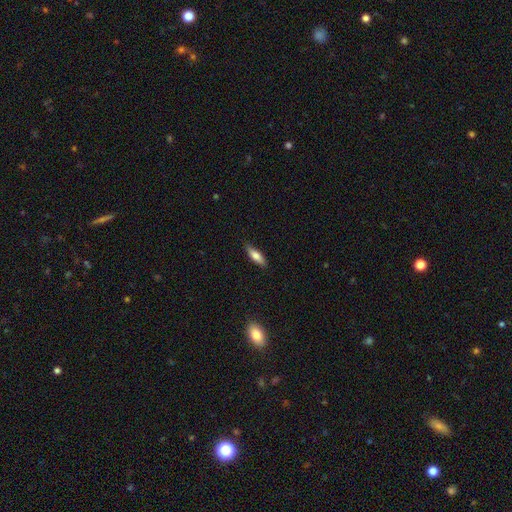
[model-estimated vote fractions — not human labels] Morphology: type=smooth (70%); roundness=cigar-shaped (51%); merging=none (87%).